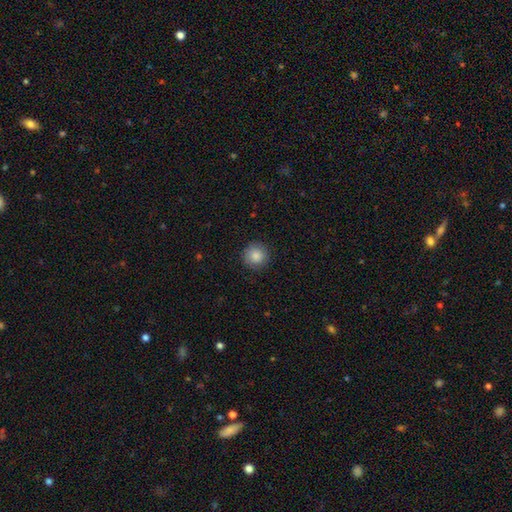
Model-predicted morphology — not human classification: This appears to be a smooth galaxy with no disk features (86%) that is round (95%). Merging: none (89%).